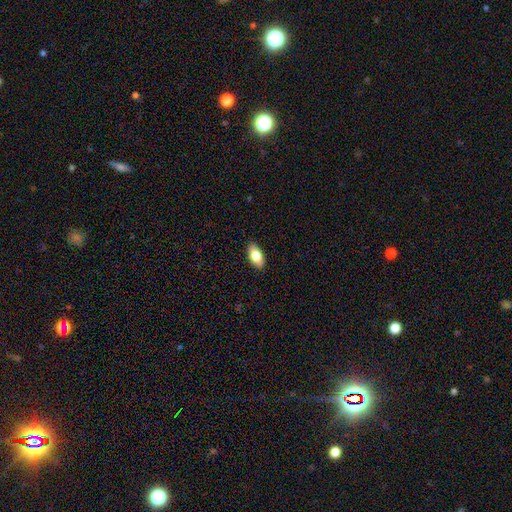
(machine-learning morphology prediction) smooth_or_featured: smooth (p=0.77) [alt: featured or disk p=0.16]
how_rounded: in between (p=0.90) [alt: cigar-shaped p=0.06]
merging: none (p=0.90) [alt: minor disturbance p=0.08]